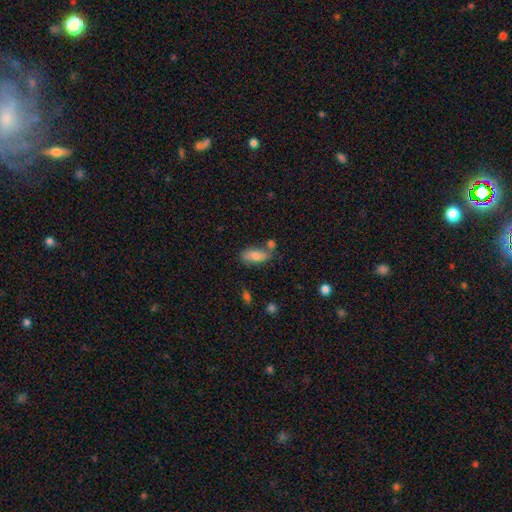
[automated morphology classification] A smooth galaxy with no disk features (76%) that is in between round and cigar-shaped (86%).

Vote fractions:
- Smooth or featured? smooth: 76% / featured or disk: 17% / star or artifact: 8%
- How rounded? in between: 86% / cigar-shaped: 10% / round: 4%
- Merging? none: 59% / minor disturbance: 19% / merger: 16% / major disturbance: 6%